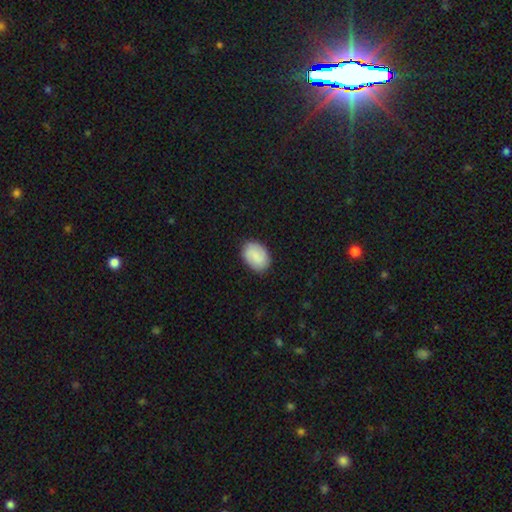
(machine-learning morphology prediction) A smooth galaxy with no disk features (85%) that is in between round and cigar-shaped (80%). Merging: none (84%).